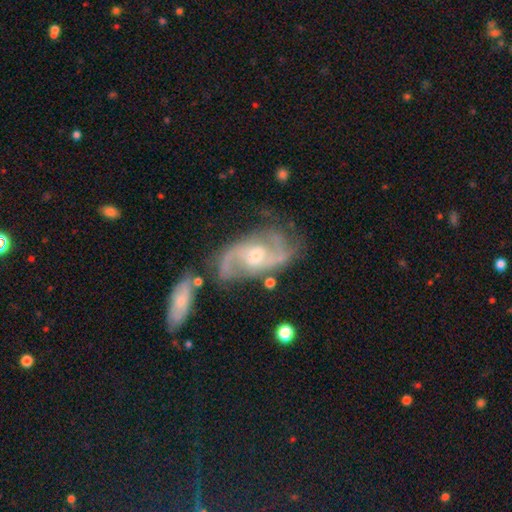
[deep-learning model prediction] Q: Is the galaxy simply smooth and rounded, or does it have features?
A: featured or disk — 89%.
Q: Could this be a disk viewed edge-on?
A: no — 96%.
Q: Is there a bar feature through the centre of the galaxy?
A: no — 52%.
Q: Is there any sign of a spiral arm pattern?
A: yes — 97%.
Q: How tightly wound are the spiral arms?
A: medium — 53%.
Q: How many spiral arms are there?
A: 2 — 80%.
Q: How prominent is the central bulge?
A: moderate — 62%.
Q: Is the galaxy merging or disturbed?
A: none — 60%.